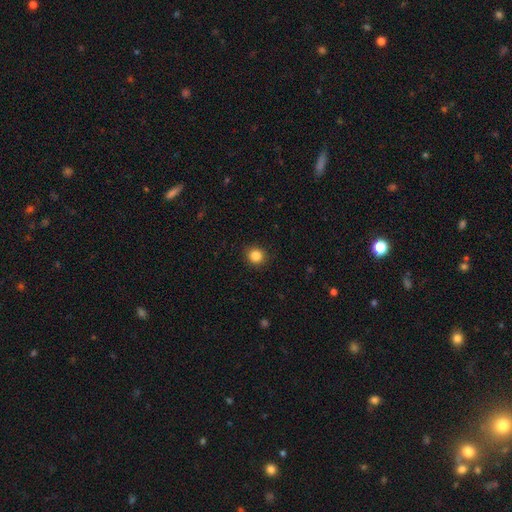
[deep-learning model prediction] This appears to be a smooth galaxy with no disk features (85%) that is round (90%). Merging: none (91%).